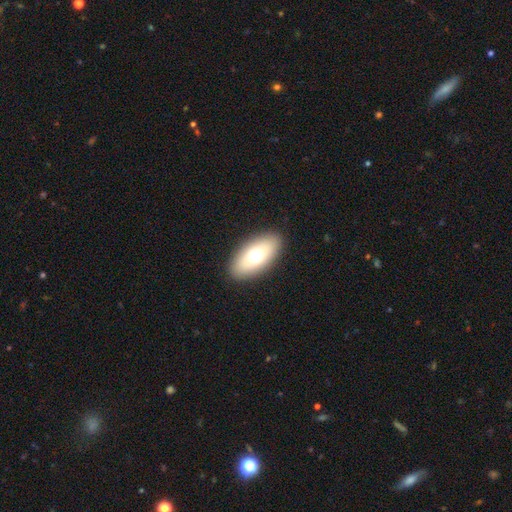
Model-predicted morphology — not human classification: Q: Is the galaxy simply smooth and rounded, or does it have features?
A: smooth — 66%.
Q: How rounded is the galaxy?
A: in between — 90%.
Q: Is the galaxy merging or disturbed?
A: none — 88%.